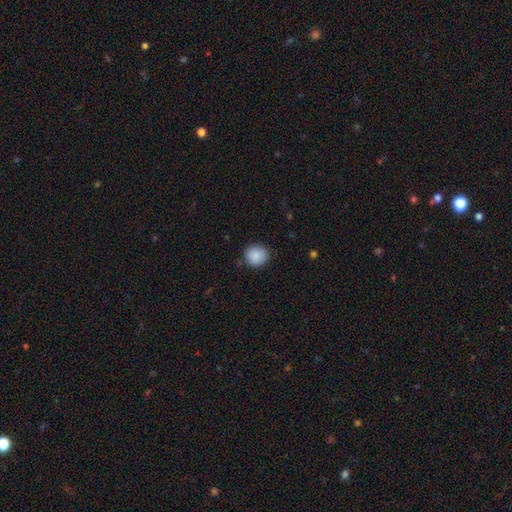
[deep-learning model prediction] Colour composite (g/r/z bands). It shows a smooth galaxy with no disk features (89%) that is round (88%). Merging: none (86%).